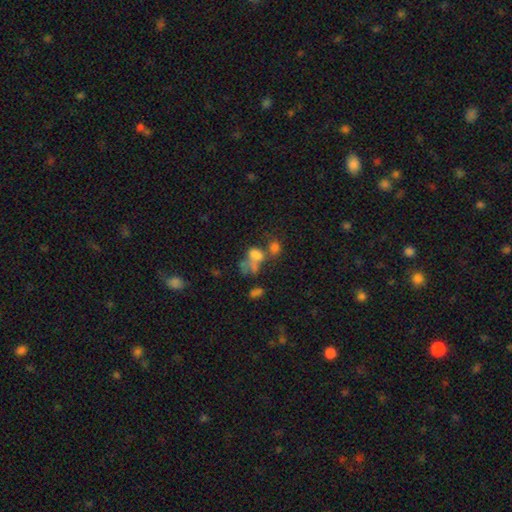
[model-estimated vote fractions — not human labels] Morphology: type=smooth (58%); roundness=in between (72%); merging=merger (53%).